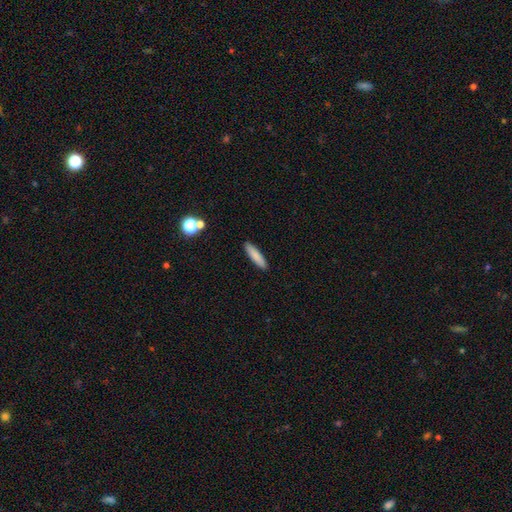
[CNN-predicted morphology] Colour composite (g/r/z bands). It shows a smooth galaxy with no disk features (84%) that is cigar-shaped (80%). Merging: none (91%).